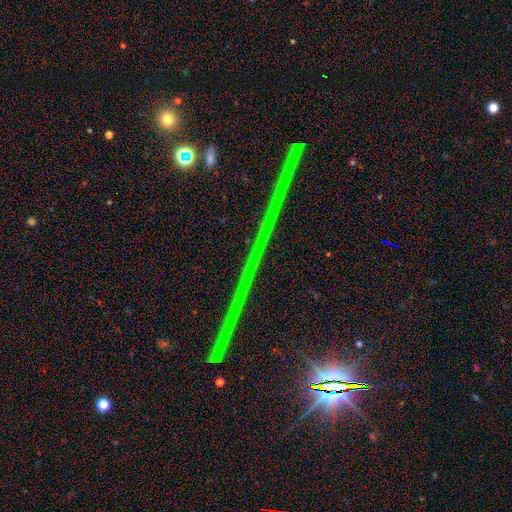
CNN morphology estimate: A star or artifact, not a galaxy (82%).

Vote fractions:
- Smooth or featured? star or artifact: 82% / featured or disk: 11% / smooth: 7%